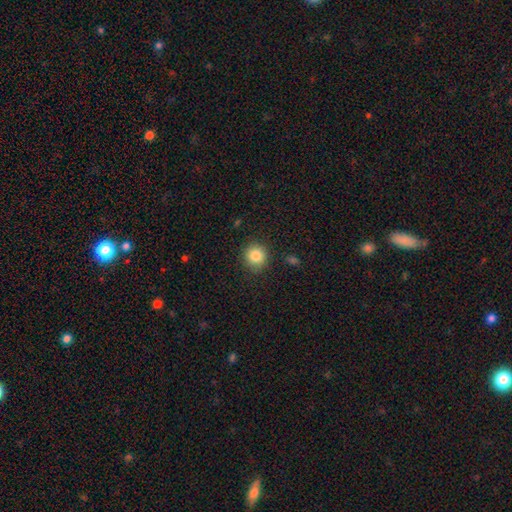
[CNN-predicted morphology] Overall: smooth (84%). How rounded: round (90%). Merging: none (88%).